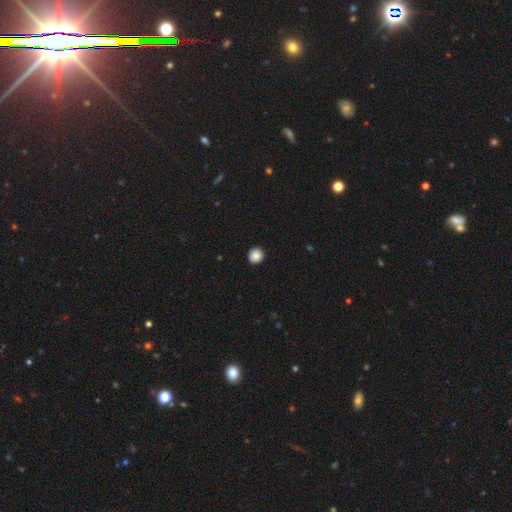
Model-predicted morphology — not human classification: This appears to be a smooth galaxy with no disk features (88%) that is round (92%). Merging: none (93%).